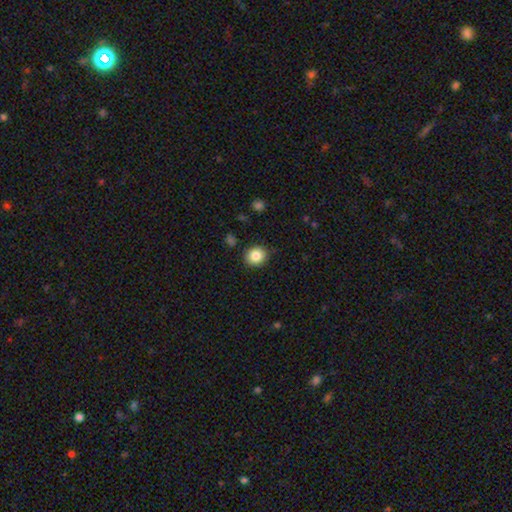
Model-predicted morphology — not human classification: Overall: smooth (84%). How rounded: round (83%). Merging: none (89%).